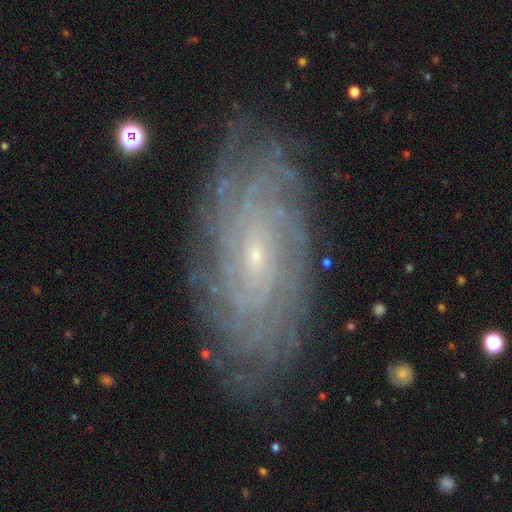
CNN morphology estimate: Smooth or featured?
  - featured or disk: 86% *
  - smooth: 7%
  - star or artifact: 7%
Edge-on disk?
  - no: 95% *
  - yes: 5%
Bar?
  - no: 57% *
  - weak: 33%
  - strong: 10%
Spiral arms?
  - yes: 97% *
  - no: 3%
Spiral winding?
  - tight: 83% *
  - medium: 13%
  - loose: 3%
Spiral arm count?
  - can't tell: 35% *
  - more than 4: 26%
  - 4: 14%
  - 3: 9%
  - 2: 9%
  - 1: 8%
Bulge size?
  - small: 85% *
  - moderate: 12%
  - none: 2%
  - large: 1%
  - dominant: 1%
Merging?
  - none: 86% *
  - minor disturbance: 10%
  - major disturbance: 3%
  - merger: 1%